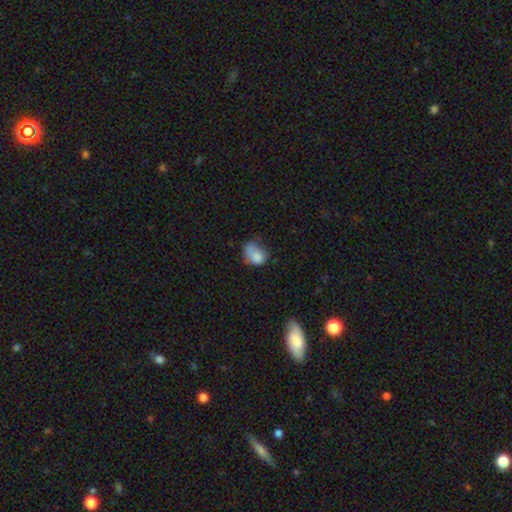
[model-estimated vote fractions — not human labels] This is likely a smooth galaxy (75%). How rounded: possibly in between (55%). Merging: marginally minor disturbance (33%).